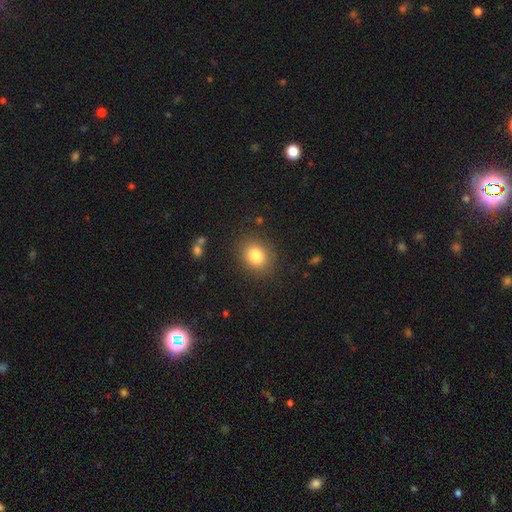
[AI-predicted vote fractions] Q: Smooth or featured?
A: smooth (82%); runner-up: star or artifact (10%)
Q: How rounded?
A: round (55%); runner-up: in between (44%)
Q: Merging?
A: none (86%); runner-up: minor disturbance (9%)